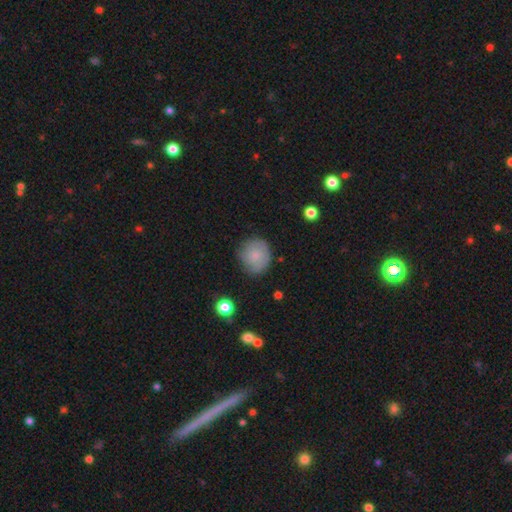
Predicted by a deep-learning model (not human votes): smooth_or_featured: smooth (p=0.71) [alt: featured or disk p=0.21]
how_rounded: round (p=0.86) [alt: in between p=0.13]
merging: none (p=0.70) [alt: minor disturbance p=0.23]